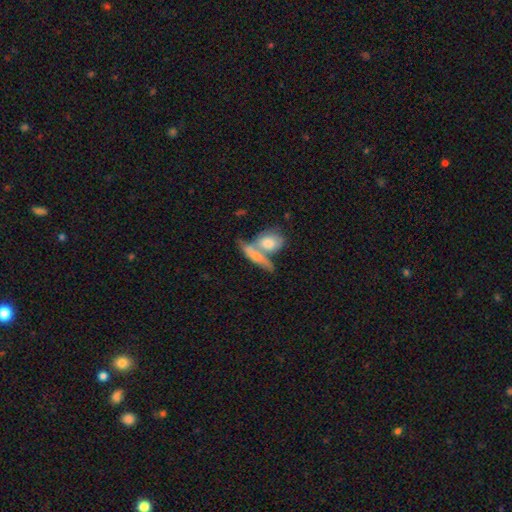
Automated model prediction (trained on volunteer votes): The model was most divided on "how rounded": in between: 55%, cigar-shaped: 33%, round: 13%. More confident: smooth or featured — smooth (60%); merging — merger (59%).